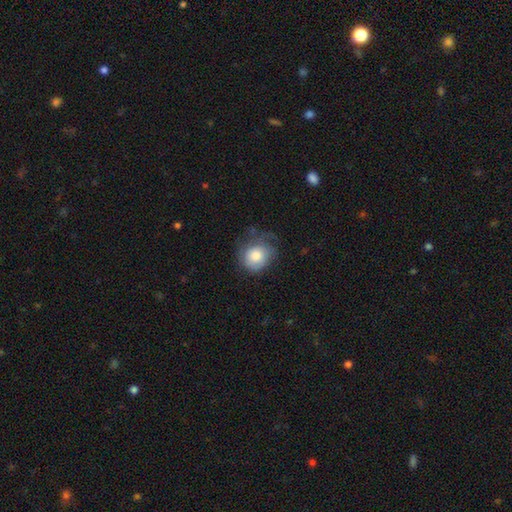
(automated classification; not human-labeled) The model was most divided on "merging": none: 48%, minor disturbance: 31%, major disturbance: 20%, merger: 2%. More confident: how rounded — round (75%); smooth or featured — smooth (73%).